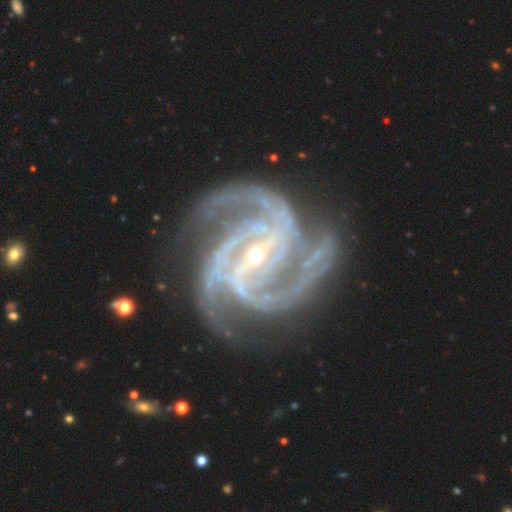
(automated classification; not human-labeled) This is clearly a featured or disk galaxy (94%). It is clearly not viewed edge-on (98%). Bar: possibly strong (56%). Spiral arm pattern: clearly yes (99%). Spiral arm count: marginally 3 (34%). Spiral winding: possibly medium (49%). Central bulge: likely small (66%). Merging: likely none (63%).